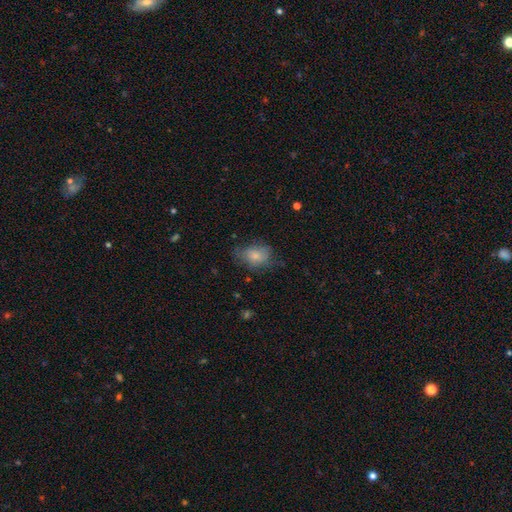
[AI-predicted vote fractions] Smooth or featured: smooth — 75% (featured or disk — 16%)
How rounded: in between — 77% (round — 22%)
Merging: none — 54% (minor disturbance — 30%)